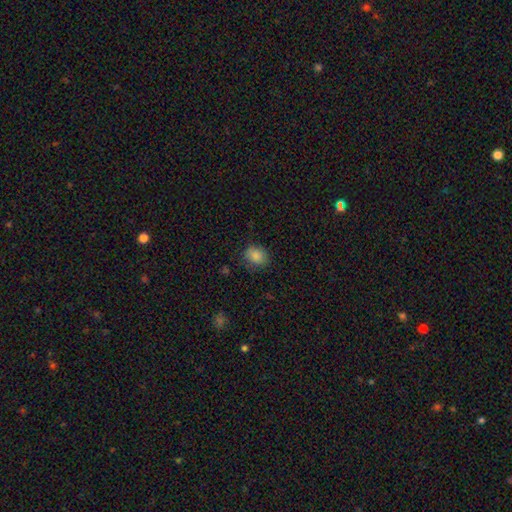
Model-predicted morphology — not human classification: This is clearly a smooth galaxy (86%). How rounded: possibly round (50%). Merging: likely none (78%).